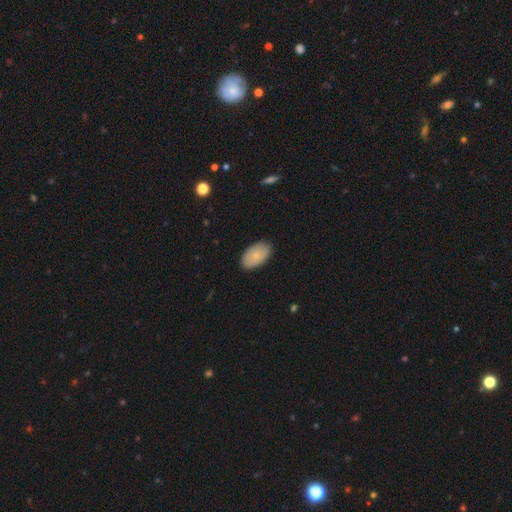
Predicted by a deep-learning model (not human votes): smooth-or-featured: smooth: 78% | featured or disk: 16% | star or artifact: 6%
  how-rounded: in between: 94% | round: 5% | cigar-shaped: 1%
  merging: none: 87% | minor disturbance: 10% | major disturbance: 2% | merger: 1%